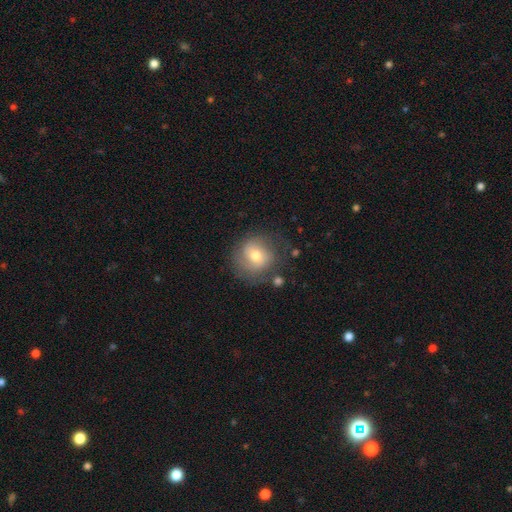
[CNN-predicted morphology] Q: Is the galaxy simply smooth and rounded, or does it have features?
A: smooth — 52%.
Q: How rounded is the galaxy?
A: round — 84%.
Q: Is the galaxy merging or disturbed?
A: none — 69%.